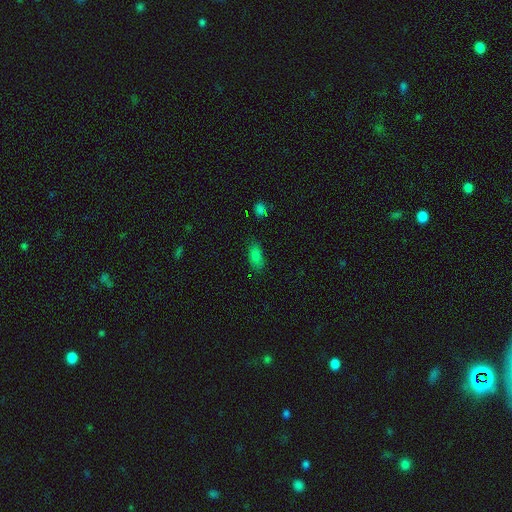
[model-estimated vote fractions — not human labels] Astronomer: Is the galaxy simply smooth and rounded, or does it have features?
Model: smooth — 81%.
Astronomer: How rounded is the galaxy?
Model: in between — 86%.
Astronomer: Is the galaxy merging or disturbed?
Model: none — 78%.